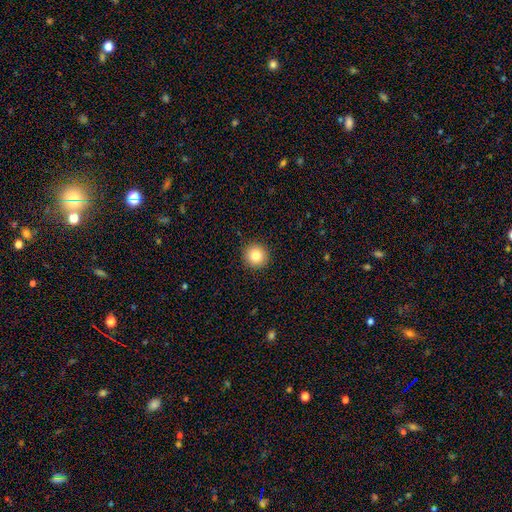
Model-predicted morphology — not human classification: This appears to be a smooth galaxy with no disk features (84%) that is round (92%). Merging: none (92%).